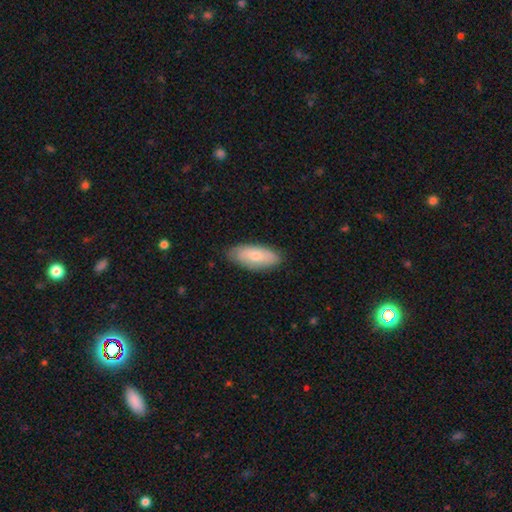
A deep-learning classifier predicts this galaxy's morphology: Smooth or featured? smooth (73%)
How rounded? in between (87%)
Merging? none (80%)